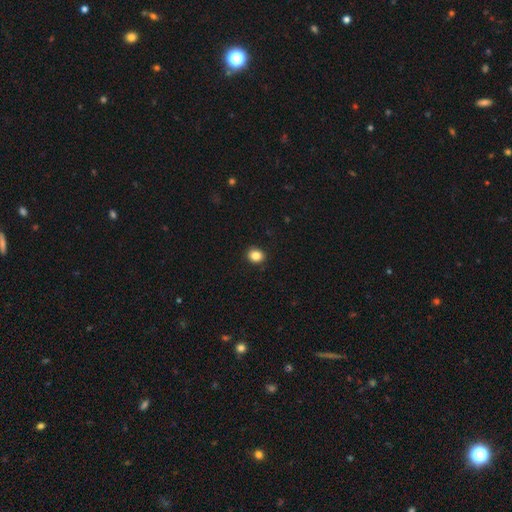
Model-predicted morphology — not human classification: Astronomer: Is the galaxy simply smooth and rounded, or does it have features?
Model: smooth — 85%.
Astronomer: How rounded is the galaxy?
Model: round — 71%.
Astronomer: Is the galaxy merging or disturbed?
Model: none — 92%.